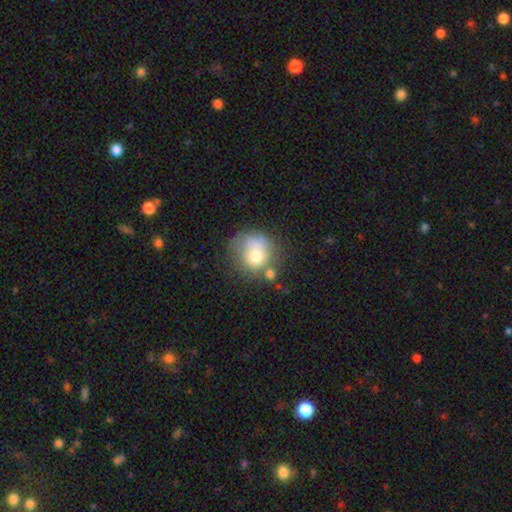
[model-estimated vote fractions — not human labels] This is likely a smooth galaxy (65%). How rounded: likely round (80%). Merging: marginally none (38%).